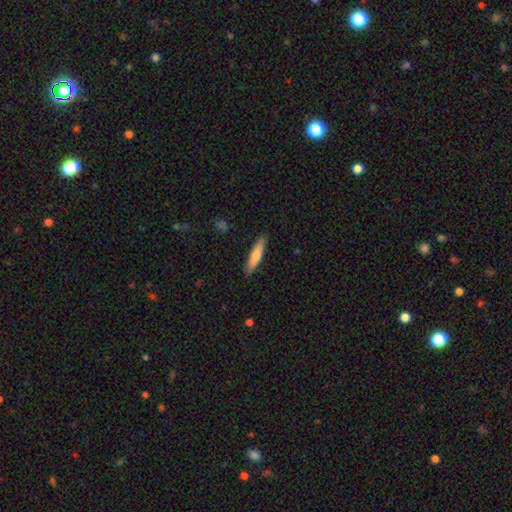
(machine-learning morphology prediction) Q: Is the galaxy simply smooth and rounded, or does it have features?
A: smooth — 78%.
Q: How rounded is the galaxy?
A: cigar-shaped — 82%.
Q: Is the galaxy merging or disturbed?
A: none — 88%.